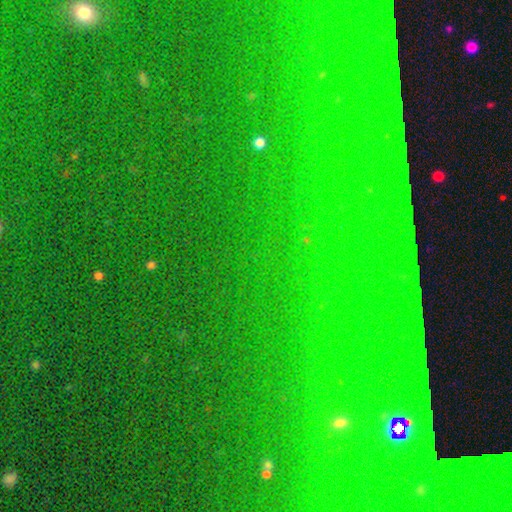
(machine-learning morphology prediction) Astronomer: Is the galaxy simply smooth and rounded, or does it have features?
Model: star or artifact — 77%.